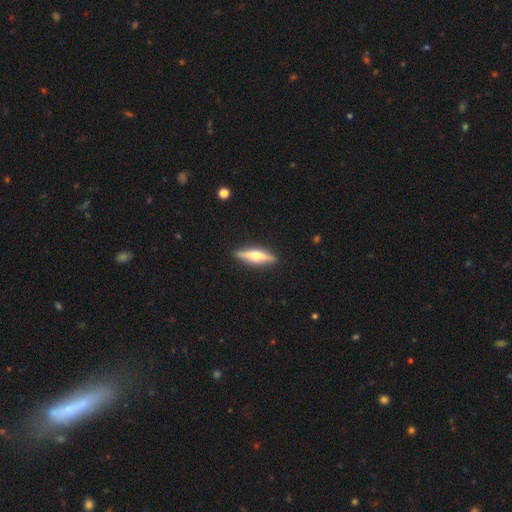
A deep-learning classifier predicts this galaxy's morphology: featured or disk 65%, smooth 29%, star or artifact 5%. Down the decision tree: edge-on disk — yes (96%); edge-on bulge — rounded (93%); merging — none (90%).